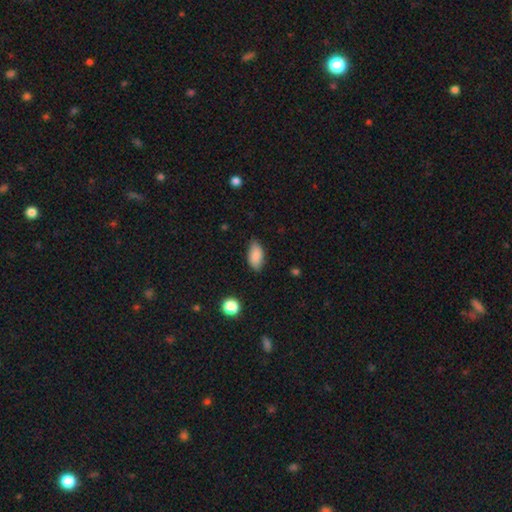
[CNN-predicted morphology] Smooth or featured: smooth — 87% (star or artifact — 7%)
How rounded: in between — 92% (cigar-shaped — 4%)
Merging: none — 81% (minor disturbance — 15%)